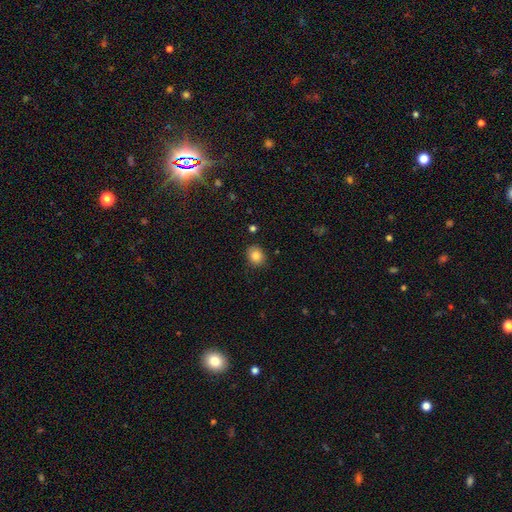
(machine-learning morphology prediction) Smooth or featured?
  - smooth: 83% *
  - star or artifact: 10%
  - featured or disk: 7%
How rounded?
  - round: 59% *
  - in between: 40%
  - cigar-shaped: 1%
Merging?
  - none: 87% *
  - minor disturbance: 9%
  - major disturbance: 2%
  - merger: 2%